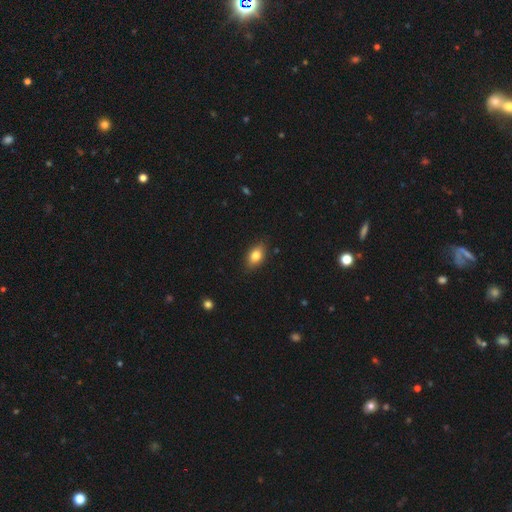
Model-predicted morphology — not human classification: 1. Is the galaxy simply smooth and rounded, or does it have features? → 79% smooth, 13% featured or disk, 8% star or artifact.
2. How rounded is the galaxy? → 85% in between, 11% round, 4% cigar-shaped.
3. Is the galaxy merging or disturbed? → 86% none, 11% minor disturbance, 2% major disturbance, 1% merger.